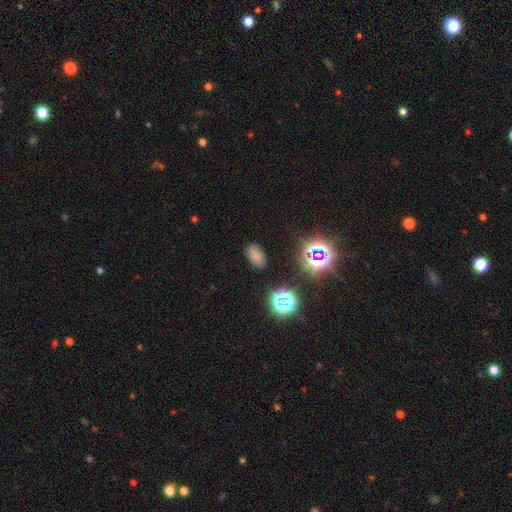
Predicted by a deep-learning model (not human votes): Smooth or featured? smooth (70%)
How rounded? in between (91%)
Merging? none (85%)